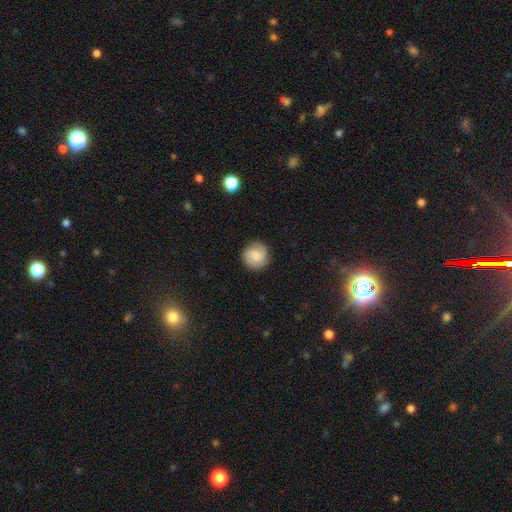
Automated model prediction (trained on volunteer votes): Smooth or featured: smooth — 61% (featured or disk — 31%)
How rounded: round — 93% (in between — 6%)
Merging: none — 87% (minor disturbance — 9%)